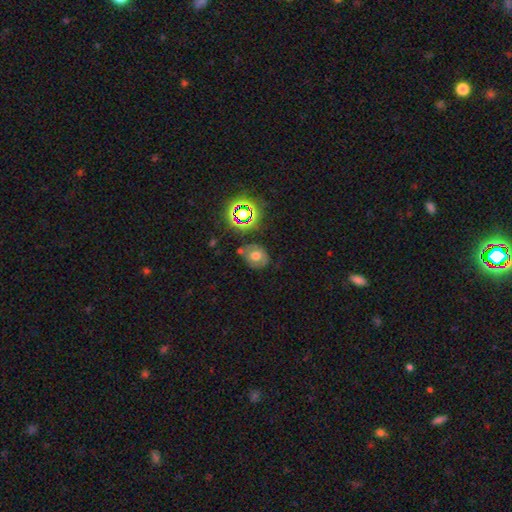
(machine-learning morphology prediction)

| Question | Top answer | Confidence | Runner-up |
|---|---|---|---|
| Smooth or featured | smooth | 56% | featured or disk (24%) |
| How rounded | in between | 52% | round (47%) |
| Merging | none | 64% | minor disturbance (21%) |